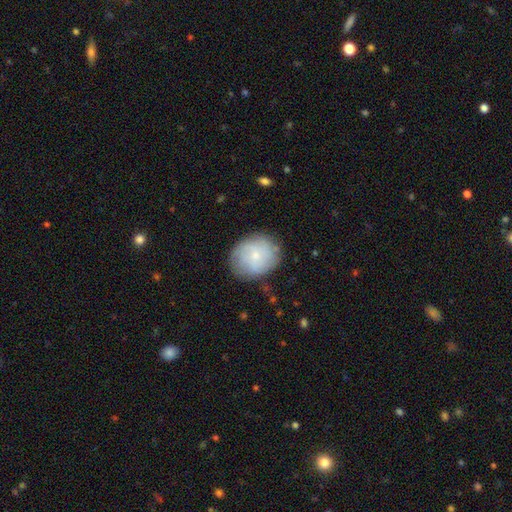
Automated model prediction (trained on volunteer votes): A smooth galaxy with no disk features (63%) that is round (67%). Merging: none (76%).